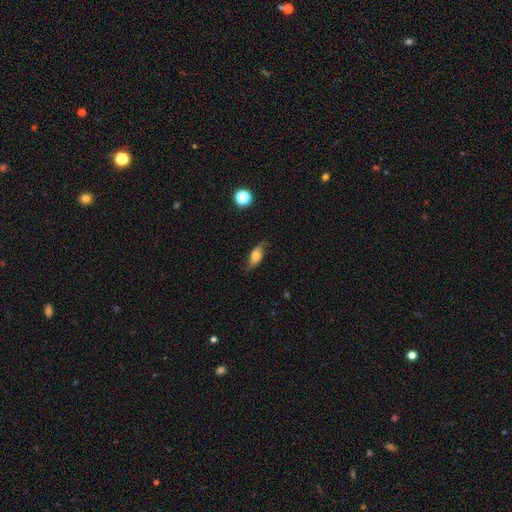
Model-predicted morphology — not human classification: This is possibly a smooth galaxy (58%). How rounded: likely in between (77%). Merging: likely none (72%).